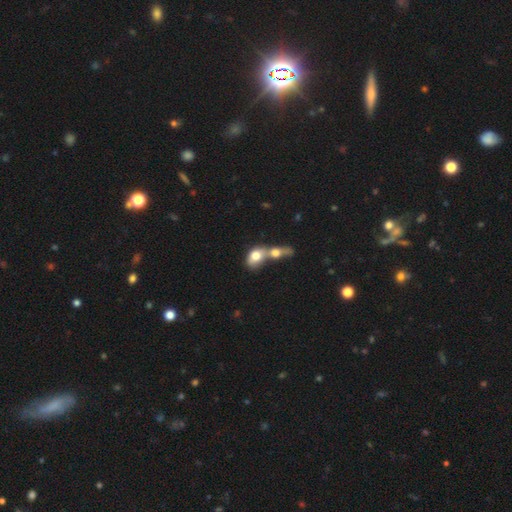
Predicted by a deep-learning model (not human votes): Morphology: type=smooth (70%); roundness=in between (72%); merging=merger (80%).